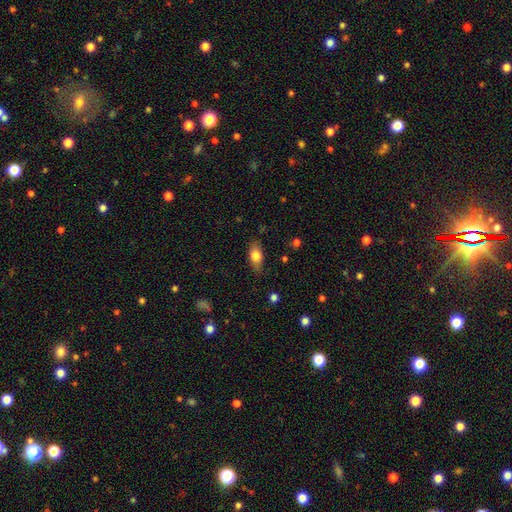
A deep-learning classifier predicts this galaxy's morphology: This appears to be a smooth galaxy with no disk features (75%) that is in between round and cigar-shaped (83%). Merging: none (80%).